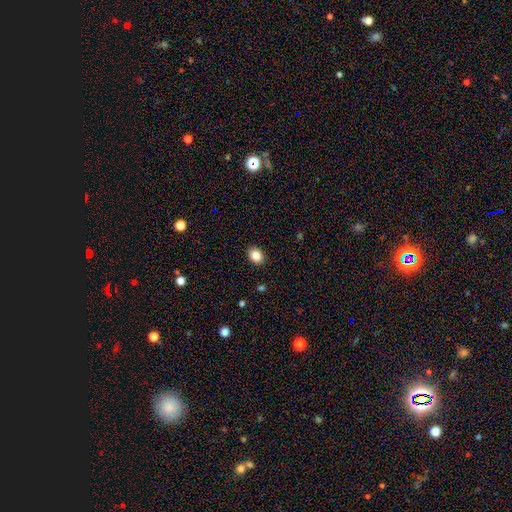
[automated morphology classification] This is clearly a smooth galaxy (85%). How rounded: possibly in between (53%). Merging: clearly none (91%).